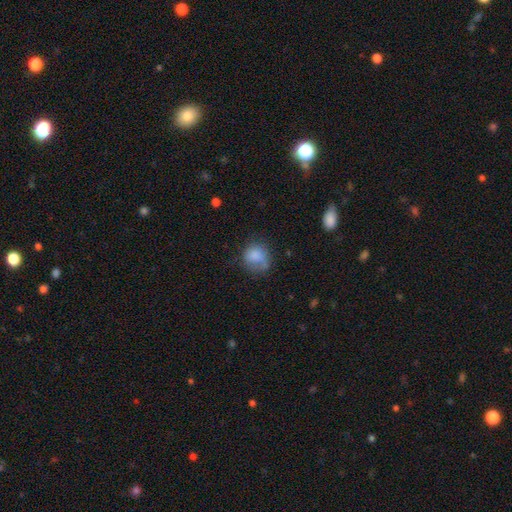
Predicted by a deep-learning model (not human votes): This is likely a smooth galaxy (78%). How rounded: likely round (72%). Merging: possibly none (47%).